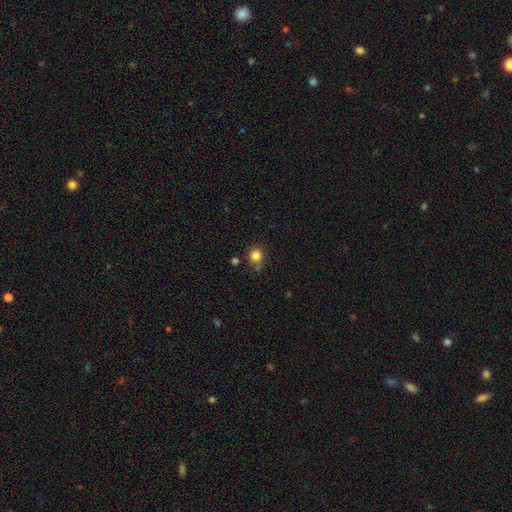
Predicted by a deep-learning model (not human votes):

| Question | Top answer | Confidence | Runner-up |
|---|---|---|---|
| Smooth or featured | smooth | 83% | star or artifact (12%) |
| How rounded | round | 81% | in between (18%) |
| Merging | none | 72% | minor disturbance (18%) |